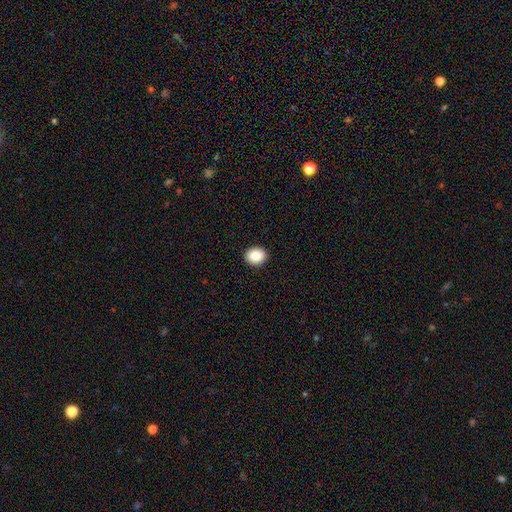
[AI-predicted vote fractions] Smooth or featured?
  - smooth: 86% *
  - star or artifact: 8%
  - featured or disk: 6%
How rounded?
  - round: 61% *
  - in between: 38%
  - cigar-shaped: 1%
Merging?
  - none: 92% *
  - minor disturbance: 5%
  - major disturbance: 1%
  - merger: 1%